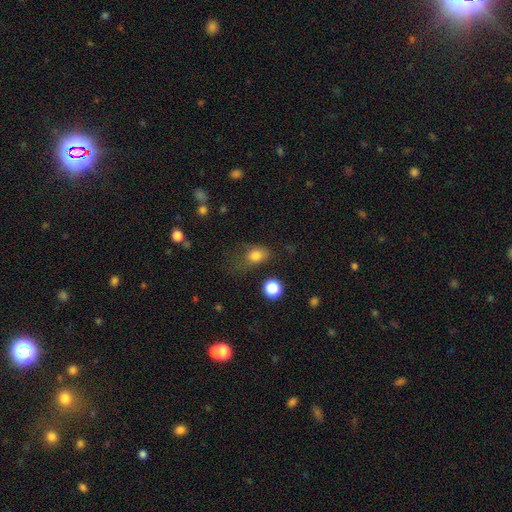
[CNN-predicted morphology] Smooth or featured: smooth — 80% (star or artifact — 12%)
How rounded: in between — 65% (round — 33%)
Merging: none — 42% (minor disturbance — 28%)